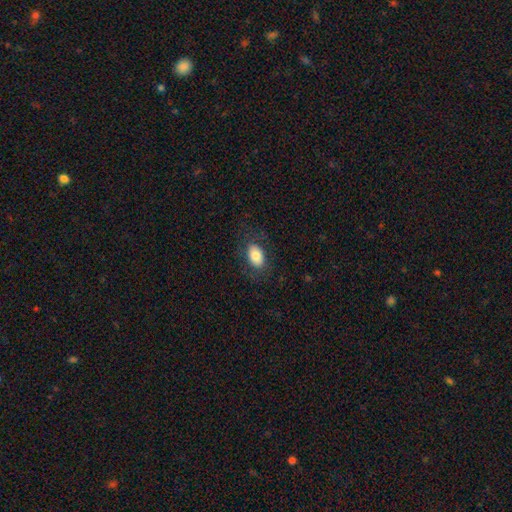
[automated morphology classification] Smooth or featured: smooth — 80% (featured or disk — 13%)
How rounded: in between — 89% (round — 10%)
Merging: none — 80% (minor disturbance — 13%)